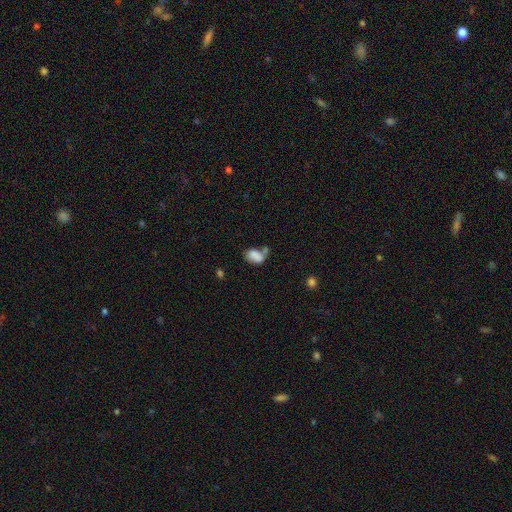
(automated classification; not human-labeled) smooth-or-featured: smooth: 81% | star or artifact: 10% | featured or disk: 9%
  how-rounded: in between: 87% | round: 12% | cigar-shaped: 2%
  merging: none: 36% | merger: 32% | minor disturbance: 20% | major disturbance: 11%